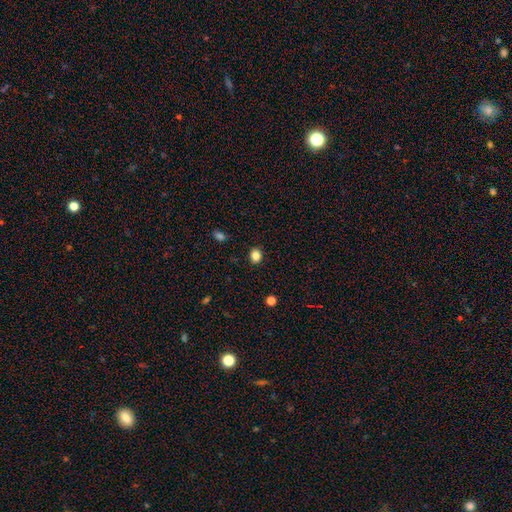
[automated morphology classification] This is clearly a smooth galaxy (84%). How rounded: possibly round (60%). Merging: clearly none (90%).